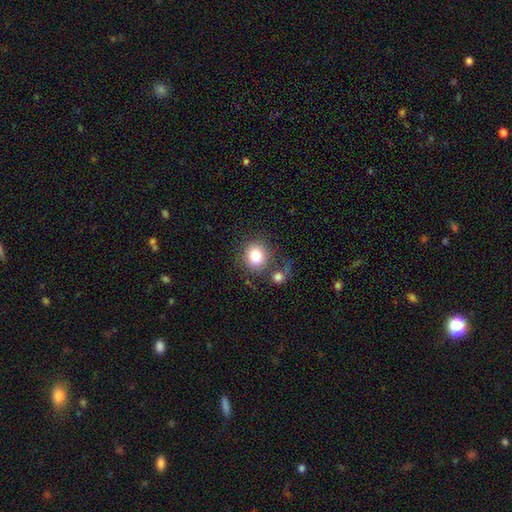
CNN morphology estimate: The model was most divided on "merging": none: 65%, merger: 15%, minor disturbance: 12%, major disturbance: 7%. More confident: smooth or featured — smooth (82%); how rounded — round (80%).